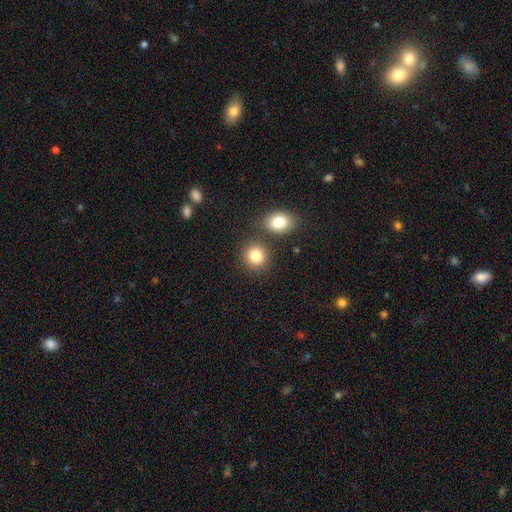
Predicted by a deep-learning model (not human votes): Smooth or featured? smooth (83%)
How rounded? round (81%)
Merging? none (73%)